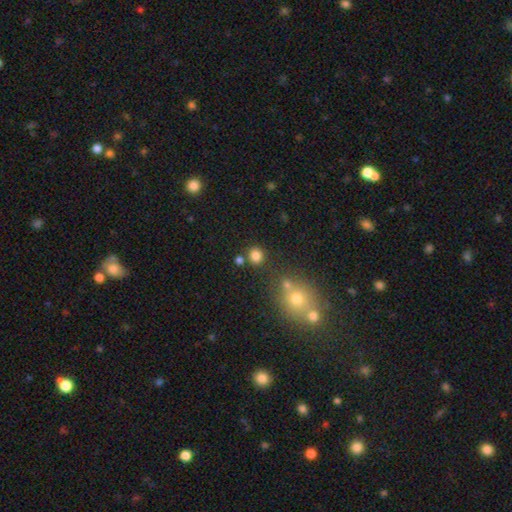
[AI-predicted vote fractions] The model was most divided on "smooth or featured": smooth: 81%, star or artifact: 14%, featured or disk: 5%. More confident: how rounded — round (86%); merging — none (79%).